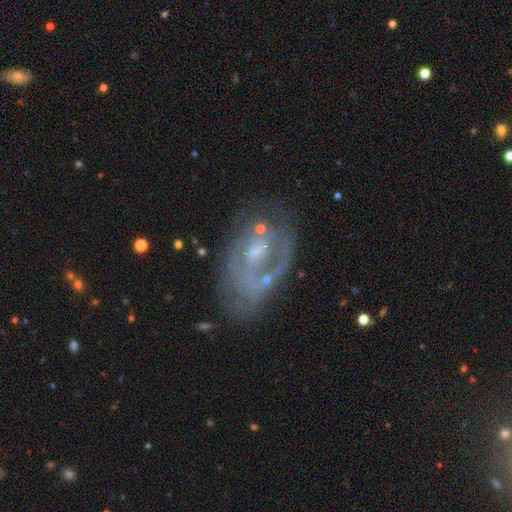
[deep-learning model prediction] This is likely a featured or disk galaxy (71%). It is clearly not viewed edge-on (96%). Bar: likely no (63%). Spiral arm pattern: possibly yes (55%). Central bulge: marginally small (42%). Merging: possibly none (50%).